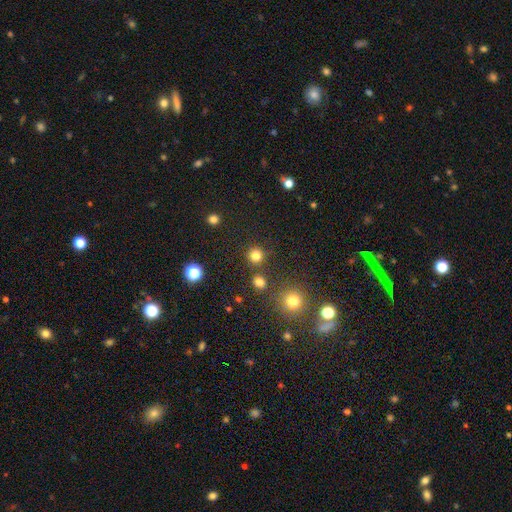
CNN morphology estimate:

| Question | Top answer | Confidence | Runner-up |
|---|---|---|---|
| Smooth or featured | smooth | 80% | star or artifact (16%) |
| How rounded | round | 94% | in between (5%) |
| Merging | none | 85% | minor disturbance (6%) |